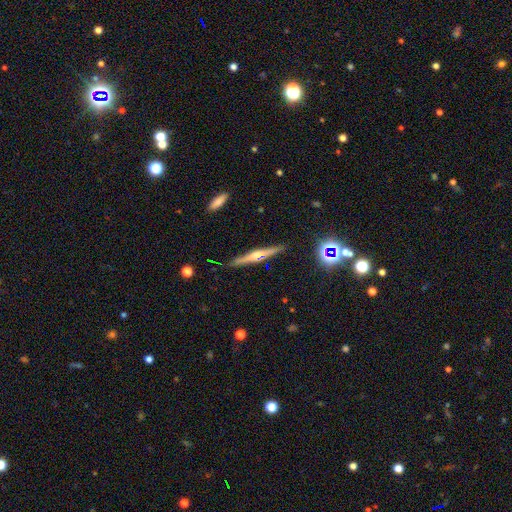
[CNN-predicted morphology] Q: Smooth or featured?
A: featured or disk (61%); runner-up: smooth (28%)
Q: Edge-on disk?
A: yes (97%); runner-up: no (3%)
Q: Edge-on bulge?
A: rounded (66%); runner-up: none (22%)
Q: Merging?
A: none (86%); runner-up: minor disturbance (10%)